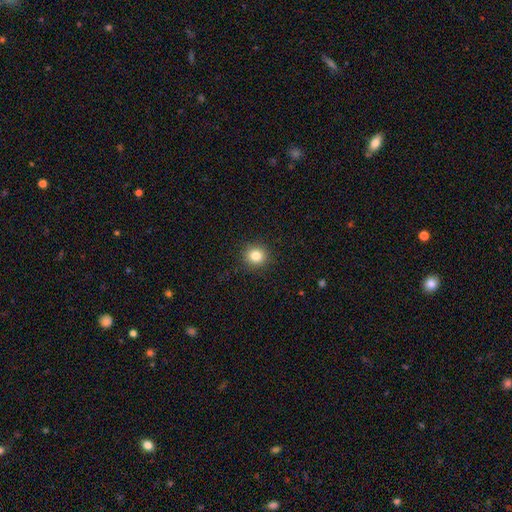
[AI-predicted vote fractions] Smooth or featured?
  - smooth: 83% *
  - star or artifact: 11%
  - featured or disk: 6%
How rounded?
  - round: 90% *
  - in between: 9%
  - cigar-shaped: 1%
Merging?
  - none: 92% *
  - minor disturbance: 5%
  - major disturbance: 2%
  - merger: 1%